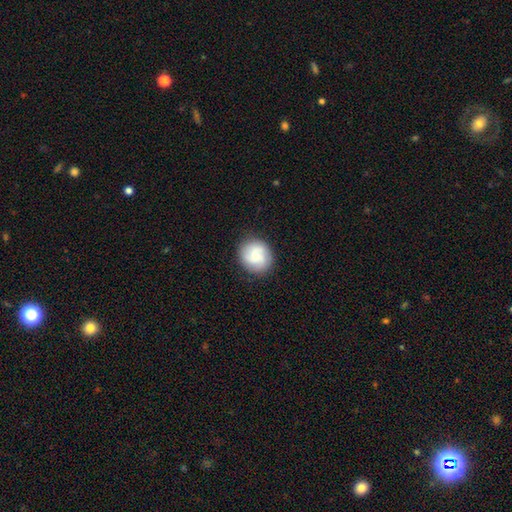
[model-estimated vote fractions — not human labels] This is likely a smooth galaxy (62%). How rounded: clearly round (85%). Merging: clearly none (85%).